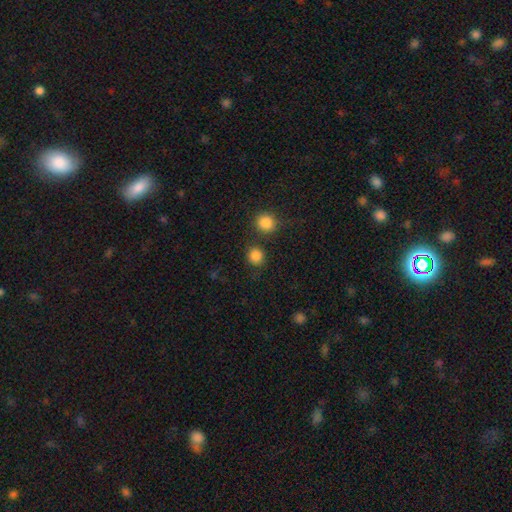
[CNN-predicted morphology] Smooth or featured: smooth — 85% (star or artifact — 12%)
How rounded: round — 89% (in between — 10%)
Merging: none — 77% (merger — 11%)